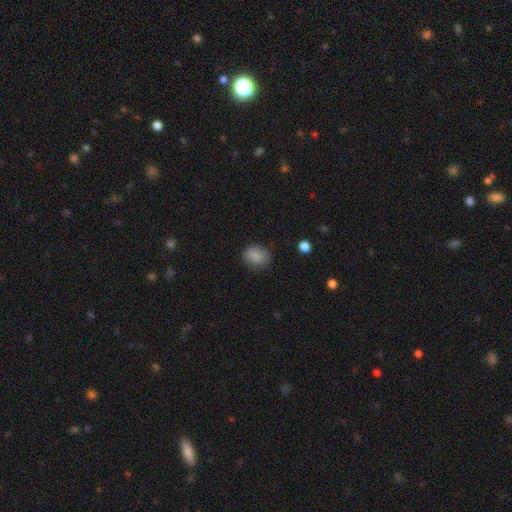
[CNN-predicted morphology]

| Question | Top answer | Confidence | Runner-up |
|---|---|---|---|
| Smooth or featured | smooth | 86% | star or artifact (9%) |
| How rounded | round | 56% | in between (43%) |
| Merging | none | 75% | minor disturbance (19%) |